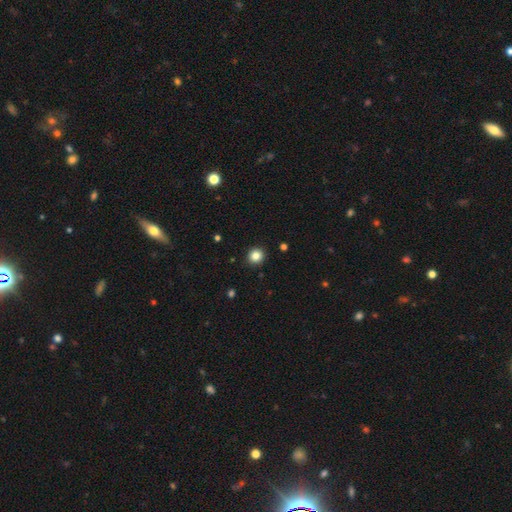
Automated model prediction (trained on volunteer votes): A smooth galaxy with no disk features (84%) that is round (91%). Merging: none (92%).